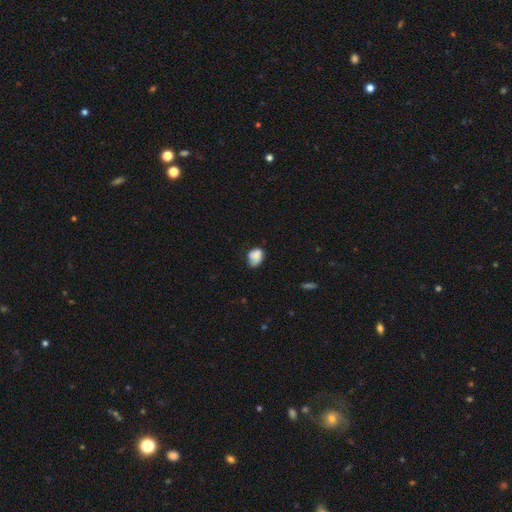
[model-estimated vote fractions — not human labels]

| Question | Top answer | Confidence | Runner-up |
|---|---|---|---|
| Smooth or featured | smooth | 80% | featured or disk (11%) |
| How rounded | in between | 65% | round (34%) |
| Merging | none | 48% | minor disturbance (38%) |